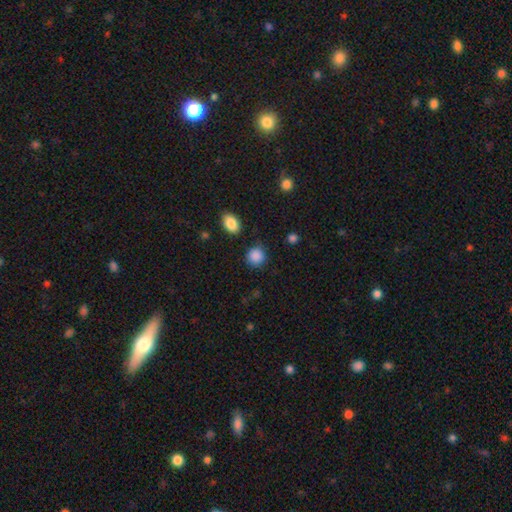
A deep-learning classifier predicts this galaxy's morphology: A smooth galaxy with no disk features (89%) that is round (88%).

Vote fractions:
- Smooth or featured? smooth: 89% / star or artifact: 8% / featured or disk: 3%
- How rounded? round: 88% / in between: 11% / cigar-shaped: 1%
- Merging? none: 85% / minor disturbance: 9% / major disturbance: 3% / merger: 3%